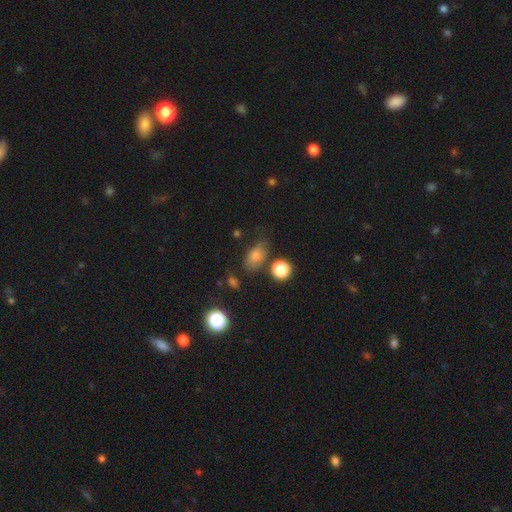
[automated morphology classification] A smooth galaxy with no disk features (76%) that is in between round and cigar-shaped (79%).

Vote fractions:
- Smooth or featured? smooth: 76% / star or artifact: 14% / featured or disk: 10%
- How rounded? in between: 79% / round: 15% / cigar-shaped: 6%
- Merging? none: 72% / minor disturbance: 18% / merger: 5% / major disturbance: 5%